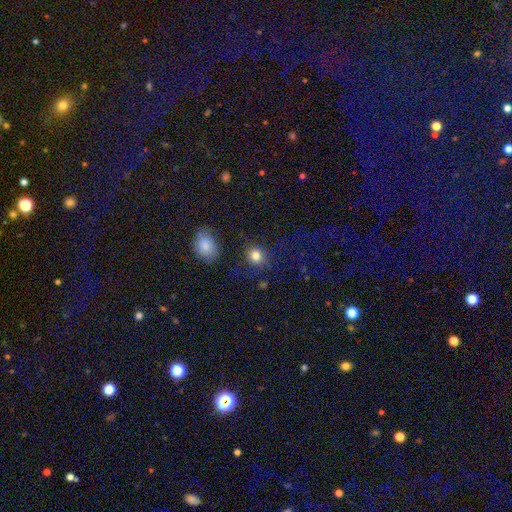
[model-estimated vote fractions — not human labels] Smooth or featured? Predicted: smooth (p=0.83). How rounded? Predicted: round (p=0.77). Merging? Predicted: none (p=0.80).